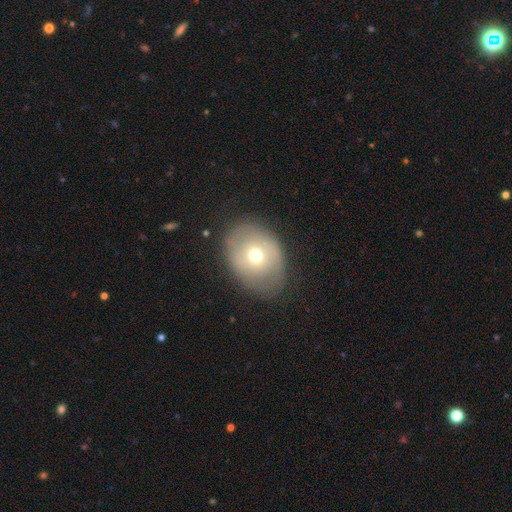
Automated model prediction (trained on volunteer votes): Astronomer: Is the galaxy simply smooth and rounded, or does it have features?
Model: smooth — 60%.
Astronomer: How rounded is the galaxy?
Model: in between — 55% (runner-up: round, 44%).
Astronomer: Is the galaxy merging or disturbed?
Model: none — 70%.